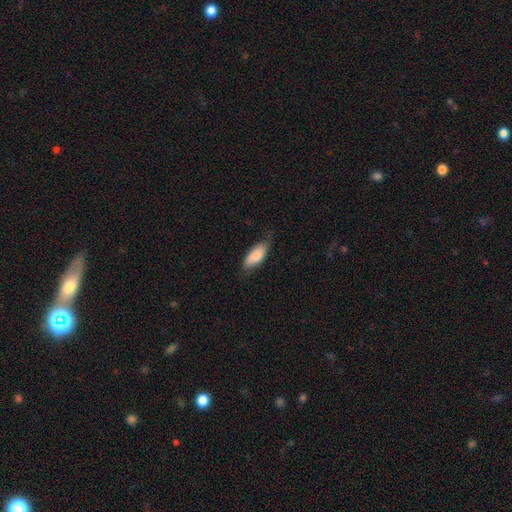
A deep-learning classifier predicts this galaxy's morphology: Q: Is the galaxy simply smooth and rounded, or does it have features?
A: smooth — 83%.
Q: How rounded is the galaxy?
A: in between — 85%.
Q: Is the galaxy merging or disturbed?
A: none — 66%.